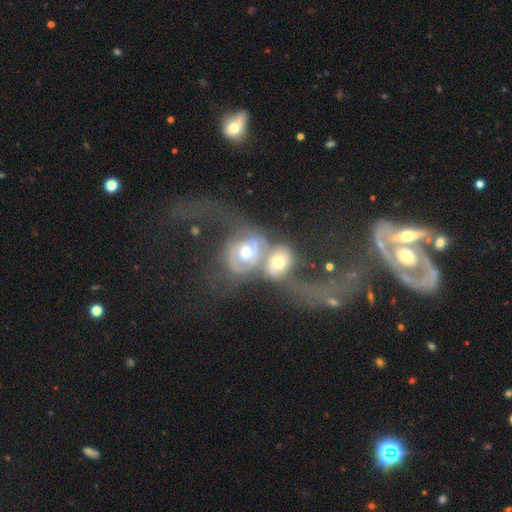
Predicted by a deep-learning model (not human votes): Smooth or featured?
  - featured or disk: 67% *
  - smooth: 22%
  - star or artifact: 11%
Edge-on disk?
  - no: 96% *
  - yes: 4%
Bar?
  - no: 67% *
  - weak: 23%
  - strong: 10%
Spiral arms?
  - yes: 72% *
  - no: 28%
Bulge size?
  - moderate: 54% *
  - small: 22%
  - large: 15%
  - none: 4%
  - dominant: 4%
Merging?
  - merger: 80% *
  - major disturbance: 12%
  - none: 5%
  - minor disturbance: 3%